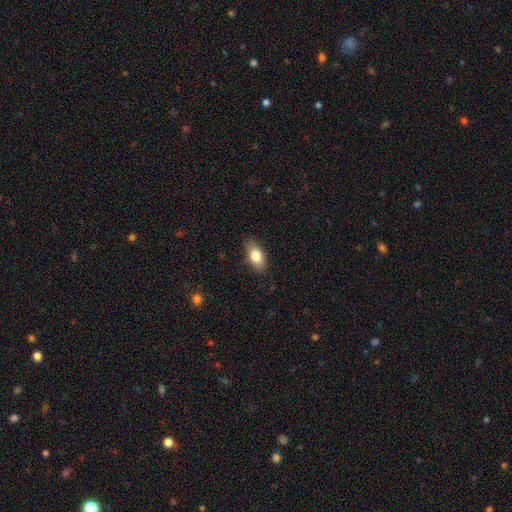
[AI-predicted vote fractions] Morphology: type=smooth (79%); roundness=in between (87%); merging=none (84%).